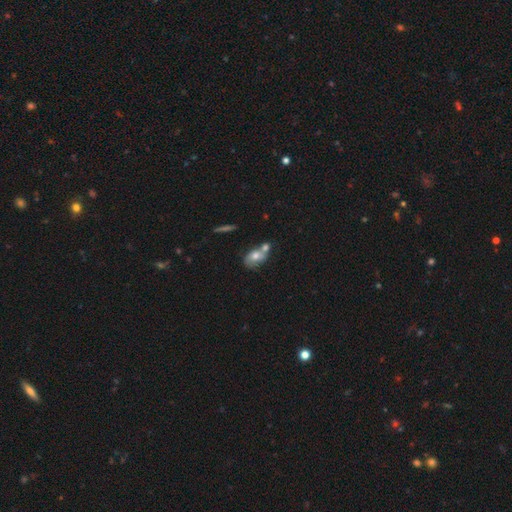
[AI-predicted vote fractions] smooth_or_featured: smooth (p=0.59) [alt: featured or disk p=0.31]
how_rounded: in between (p=0.77) [alt: round p=0.19]
merging: merger (p=0.48) [alt: none p=0.33]